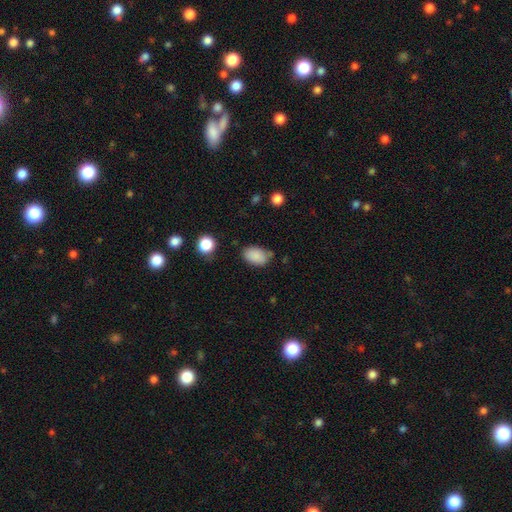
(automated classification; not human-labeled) Smooth or featured?
  - smooth: 87% *
  - star or artifact: 8%
  - featured or disk: 5%
How rounded?
  - in between: 88% *
  - round: 10%
  - cigar-shaped: 1%
Merging?
  - none: 69% *
  - minor disturbance: 21%
  - merger: 5%
  - major disturbance: 5%